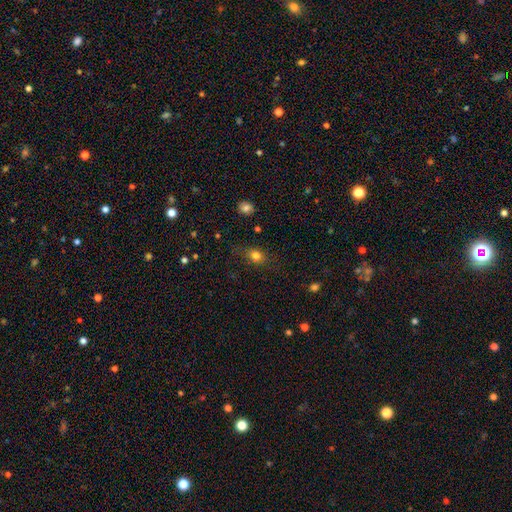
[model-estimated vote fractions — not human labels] Q: Smooth or featured?
A: smooth (79%); runner-up: star or artifact (13%)
Q: How rounded?
A: in between (54%); runner-up: round (43%)
Q: Merging?
A: none (74%); runner-up: minor disturbance (17%)